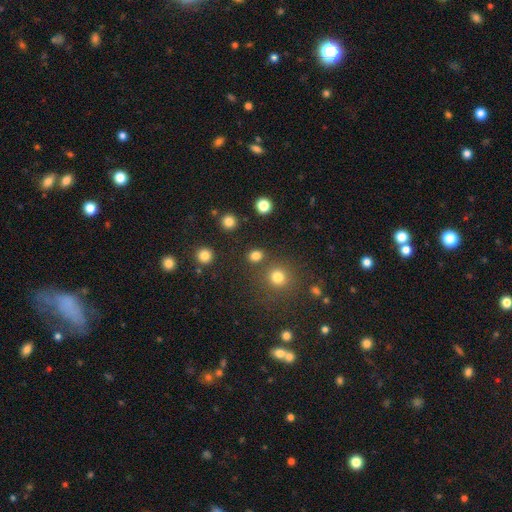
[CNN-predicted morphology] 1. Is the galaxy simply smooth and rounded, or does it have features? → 79% smooth, 16% star or artifact, 5% featured or disk.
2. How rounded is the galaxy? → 73% round, 26% in between, 1% cigar-shaped.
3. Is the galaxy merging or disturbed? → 81% none, 8% merger, 7% minor disturbance, 4% major disturbance.